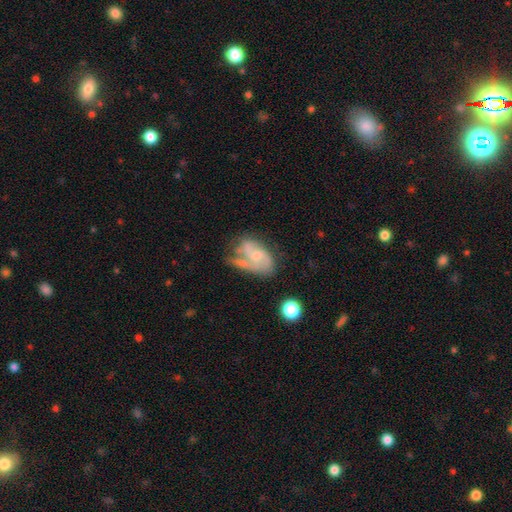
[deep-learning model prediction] This appears to be a featured or disk galaxy (70%) with no bar (62%), 2 (55%) medium (45%) spiral arms (83%) and a small central bulge (52%). Merging: none (33%).